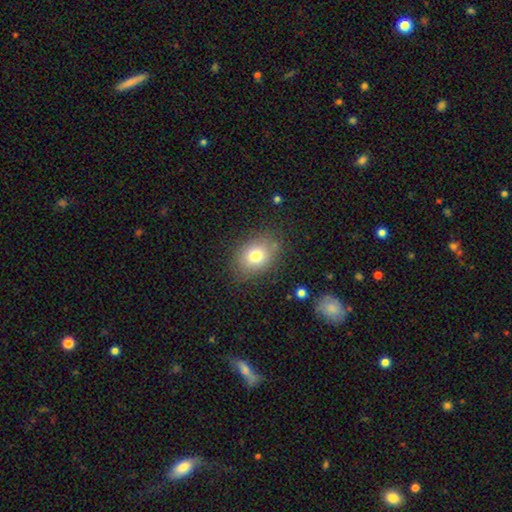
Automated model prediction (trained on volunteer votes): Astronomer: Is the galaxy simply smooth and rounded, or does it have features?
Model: smooth — 77%.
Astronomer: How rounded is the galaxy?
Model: in between — 67%.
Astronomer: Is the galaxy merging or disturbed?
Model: none — 79%.